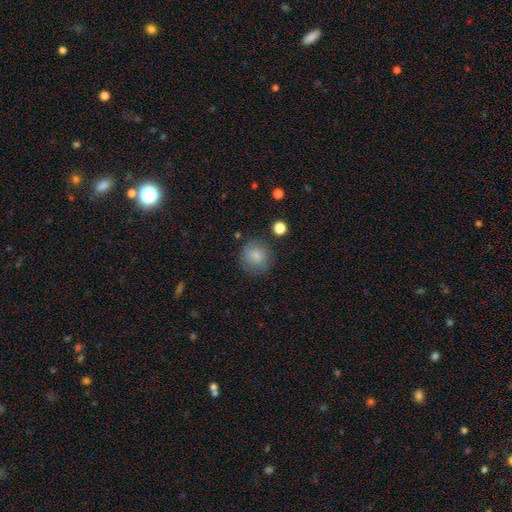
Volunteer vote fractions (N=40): Smooth or featured? smooth (85%)
How rounded? round (91%)
Merging? none (91%)